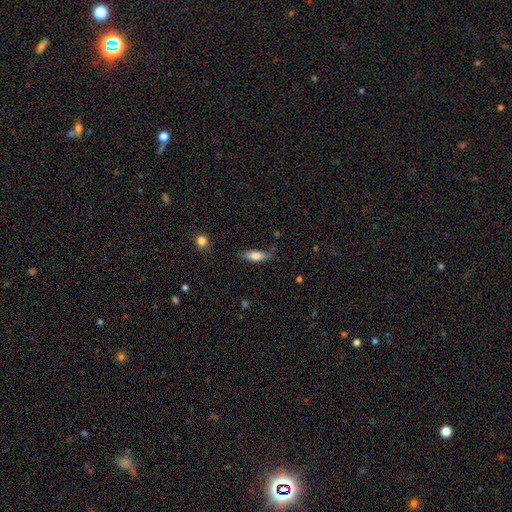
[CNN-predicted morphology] smooth-or-featured: smooth: 70% | featured or disk: 23% | star or artifact: 7%
  how-rounded: in between: 57% | cigar-shaped: 41% | round: 2%
  merging: none: 72% | minor disturbance: 20% | major disturbance: 5% | merger: 3%